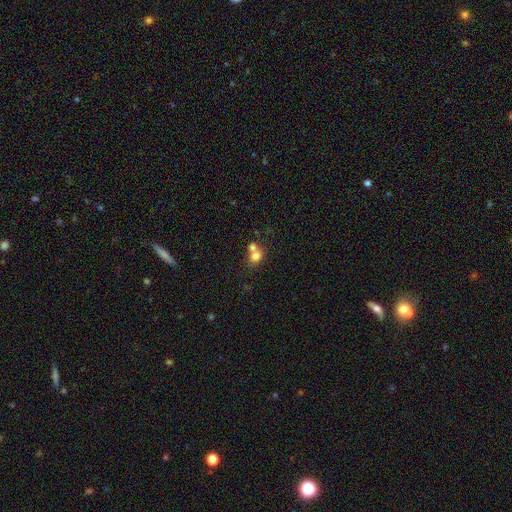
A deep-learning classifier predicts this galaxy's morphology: Smooth or featured: smooth — 76% (featured or disk — 13%)
How rounded: round — 66% (in between — 33%)
Merging: merger — 55% (none — 34%)